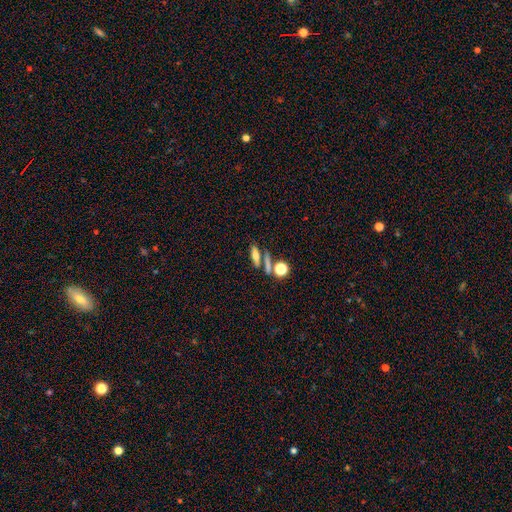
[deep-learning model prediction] A smooth galaxy with no disk features (62%) that is cigar-shaped (55%). Merging: none (66%).